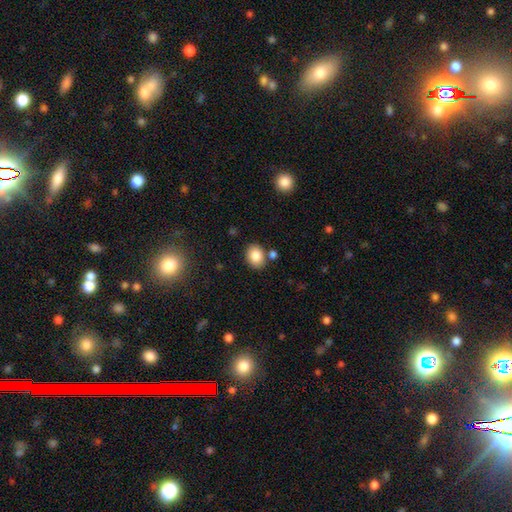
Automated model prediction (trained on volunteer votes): A smooth galaxy with no disk features (84%) that is in between round and cigar-shaped (60%). Merging: none (79%).